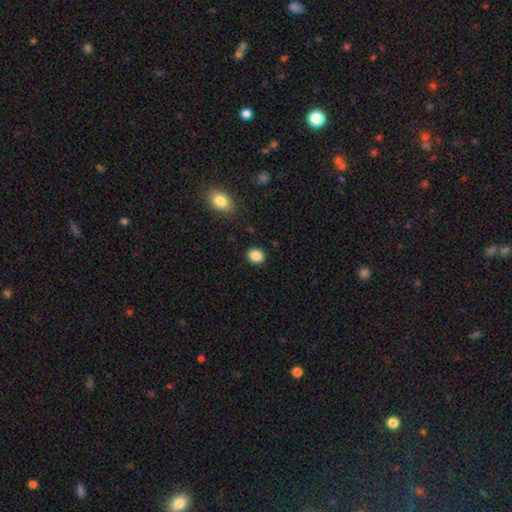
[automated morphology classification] Q: Smooth or featured?
A: smooth (87%); runner-up: star or artifact (10%)
Q: How rounded?
A: round (77%); runner-up: in between (22%)
Q: Merging?
A: none (90%); runner-up: minor disturbance (6%)